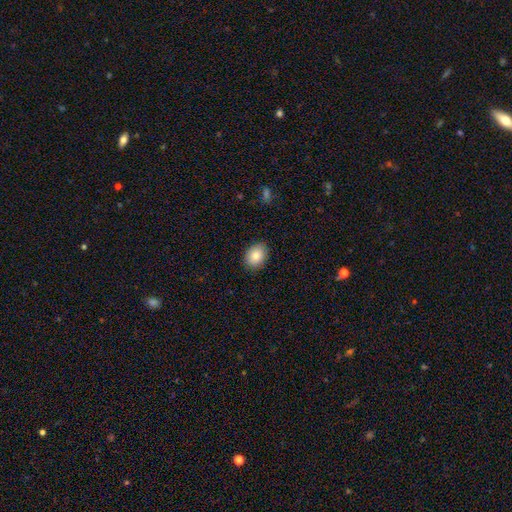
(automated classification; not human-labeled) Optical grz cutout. It shows a smooth galaxy with no disk features (84%) that is in between round and cigar-shaped (66%). Merging: none (88%).